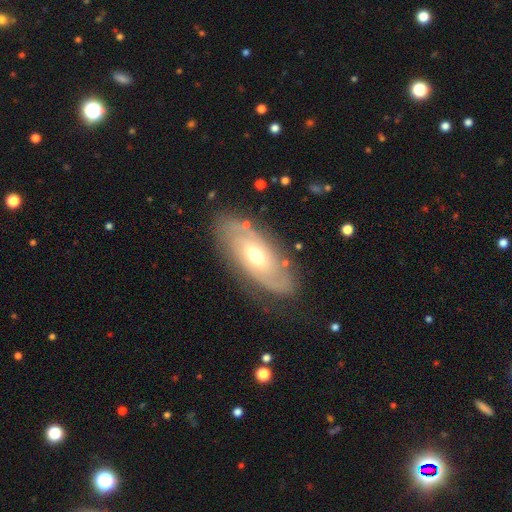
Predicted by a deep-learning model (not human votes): A featured or disk galaxy (67%) with no bar (68%), spiral arms (71%) and a moderate central bulge (65%). Merging: none (77%).